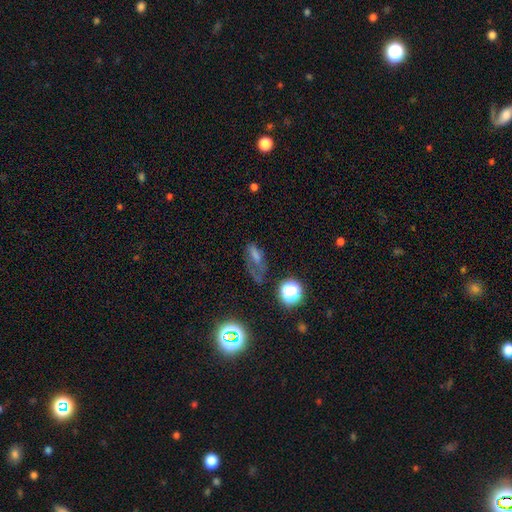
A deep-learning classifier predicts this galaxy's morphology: smooth-or-featured: smooth: 42% | star or artifact: 31% | featured or disk: 28%
  merging: none: 43% | major disturbance: 27% | minor disturbance: 25% | merger: 5%